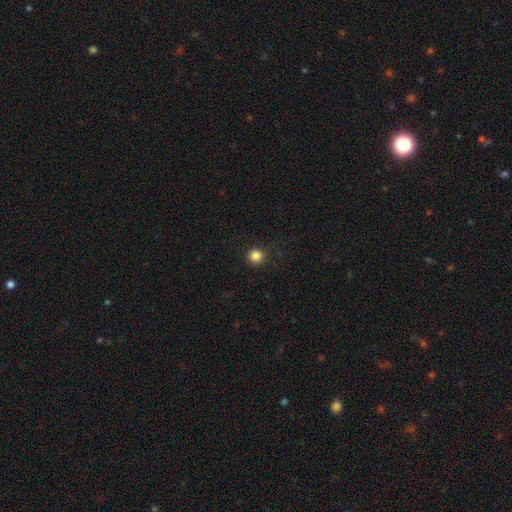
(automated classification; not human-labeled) smooth-or-featured: smooth: 85% | star or artifact: 12% | featured or disk: 3%
  how-rounded: round: 94% | in between: 5% | cigar-shaped: 1%
  merging: none: 90% | minor disturbance: 7% | major disturbance: 2% | merger: 1%